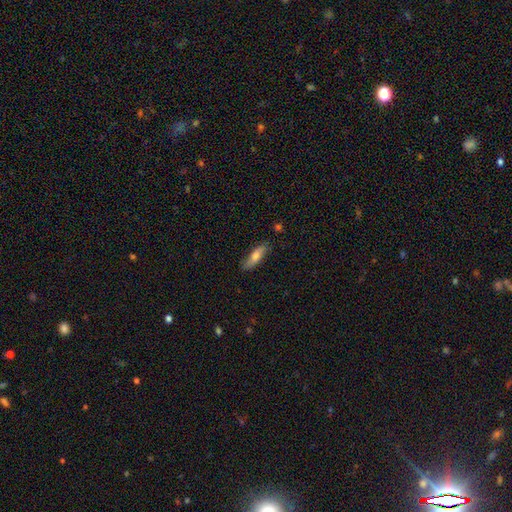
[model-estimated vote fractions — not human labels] Overall: smooth (66%; featured or disk 28%). How rounded: cigar-shaped (59%; in between 38%). Merging: none (79%).